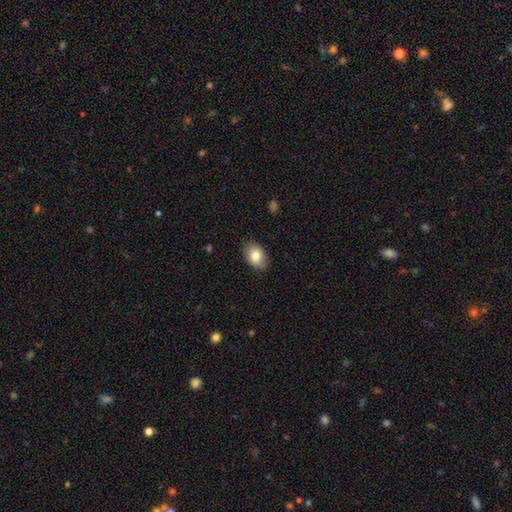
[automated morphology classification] Q: Smooth or featured?
A: smooth (82%); runner-up: featured or disk (11%)
Q: How rounded?
A: in between (82%); runner-up: round (17%)
Q: Merging?
A: none (86%); runner-up: minor disturbance (11%)